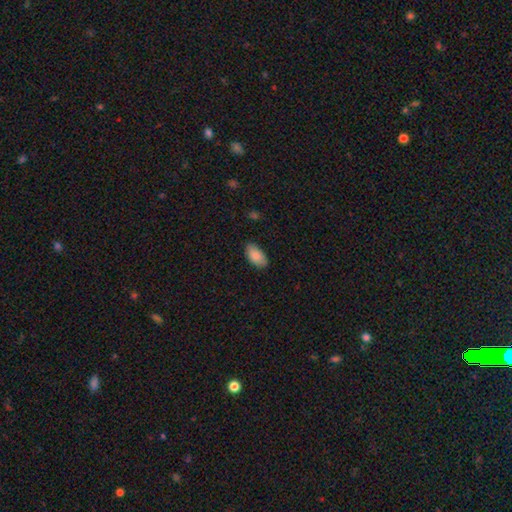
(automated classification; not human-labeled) Smooth or featured: smooth — 88% (star or artifact — 6%)
How rounded: in between — 95% (round — 3%)
Merging: none — 82% (minor disturbance — 15%)